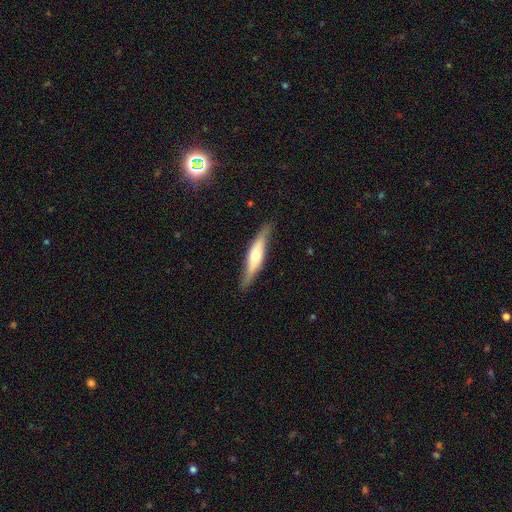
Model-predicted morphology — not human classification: A featured or disk galaxy (56%) viewed edge-on (83%). Merging: none (83%).